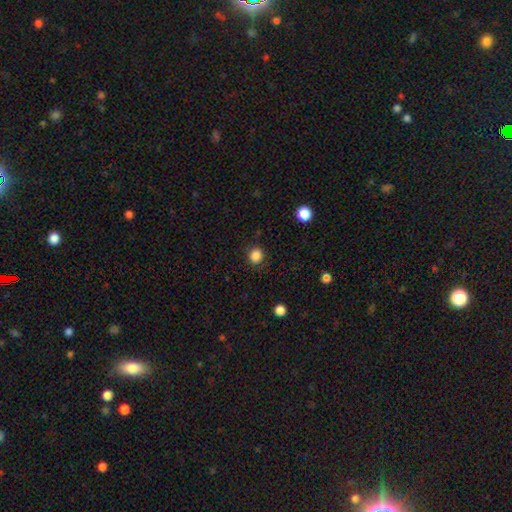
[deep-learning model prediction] smooth_or_featured: smooth (p=0.86) [alt: star or artifact p=0.12]
how_rounded: round (p=0.88) [alt: in between p=0.11]
merging: none (p=0.89) [alt: minor disturbance p=0.07]